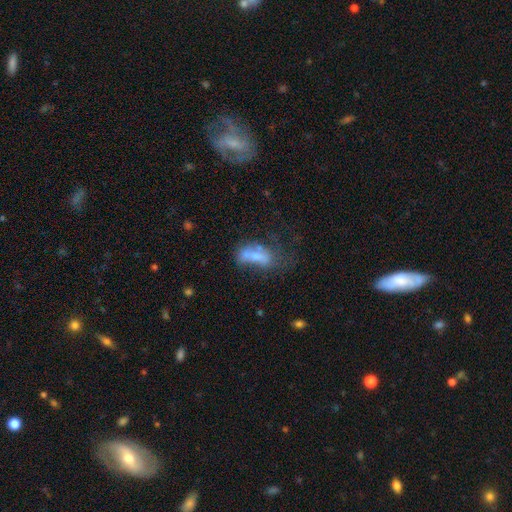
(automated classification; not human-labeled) A smooth galaxy with no disk features (51%) that is in between round and cigar-shaped (81%). Merging: major disturbance (32%).